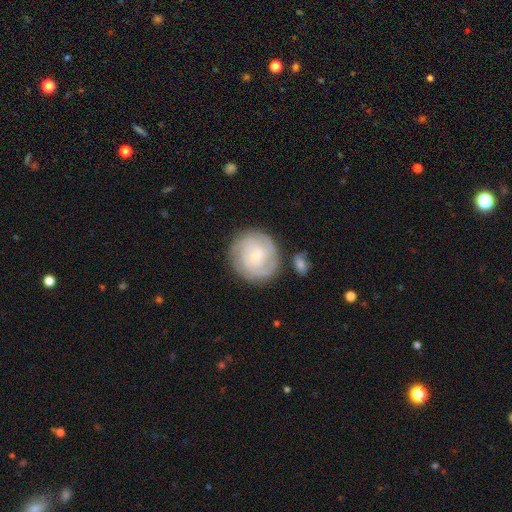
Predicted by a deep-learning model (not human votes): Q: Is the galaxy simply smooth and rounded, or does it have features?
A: featured or disk — 70%.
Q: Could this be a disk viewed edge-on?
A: no — 98%.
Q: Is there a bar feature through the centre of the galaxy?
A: no — 67%.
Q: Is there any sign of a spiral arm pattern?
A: yes — 92%.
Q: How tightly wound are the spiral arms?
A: tight — 75%.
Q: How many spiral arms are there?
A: can't tell — 36%.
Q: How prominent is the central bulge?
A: small — 74%.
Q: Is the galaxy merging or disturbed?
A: none — 79%.